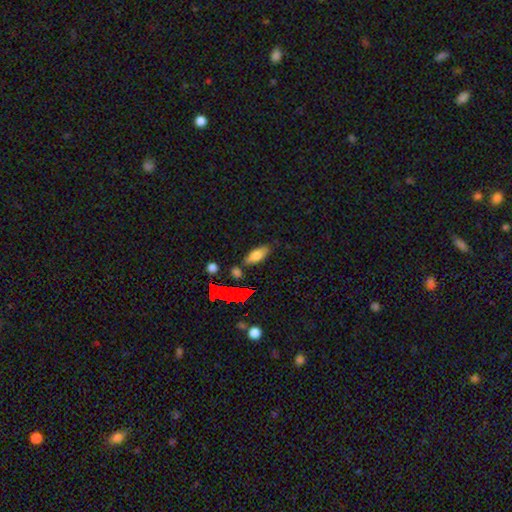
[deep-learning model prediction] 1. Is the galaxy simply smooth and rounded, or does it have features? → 75% smooth, 18% featured or disk, 8% star or artifact.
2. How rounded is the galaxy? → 77% in between, 20% cigar-shaped, 3% round.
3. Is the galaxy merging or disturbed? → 74% none, 15% minor disturbance, 6% merger, 4% major disturbance.